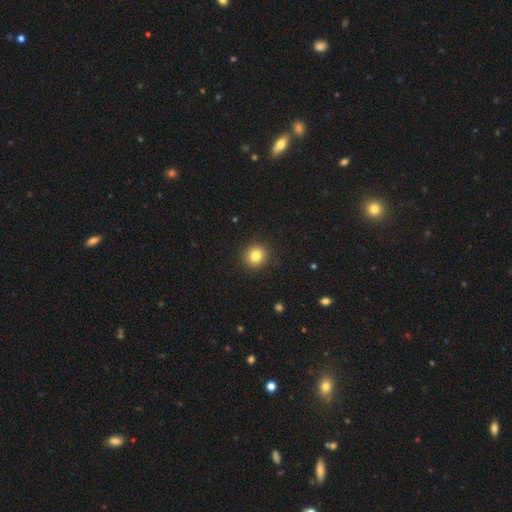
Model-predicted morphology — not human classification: This appears to be a smooth galaxy with no disk features (82%) that is round (91%). Merging: none (91%).